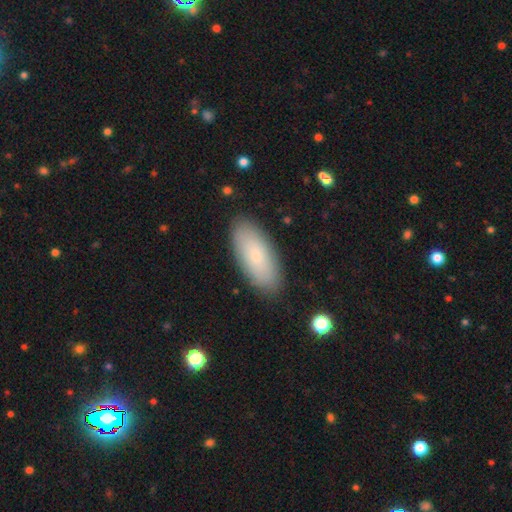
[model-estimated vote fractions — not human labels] Smooth or featured: smooth — 76% (featured or disk — 17%)
How rounded: in between — 86% (cigar-shaped — 12%)
Merging: none — 87% (minor disturbance — 10%)